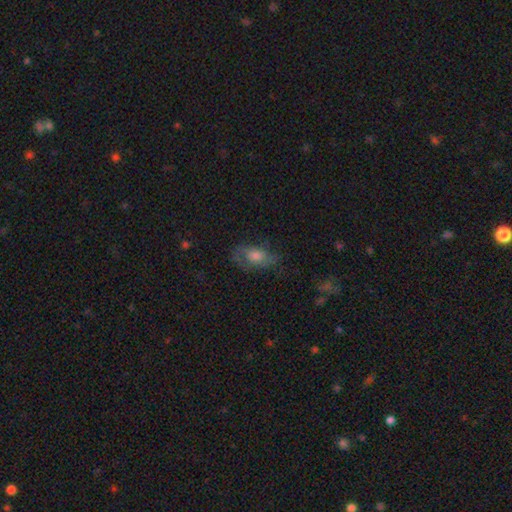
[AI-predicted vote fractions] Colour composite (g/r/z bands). It shows a smooth galaxy with no disk features (46%). Merging: none (61%).